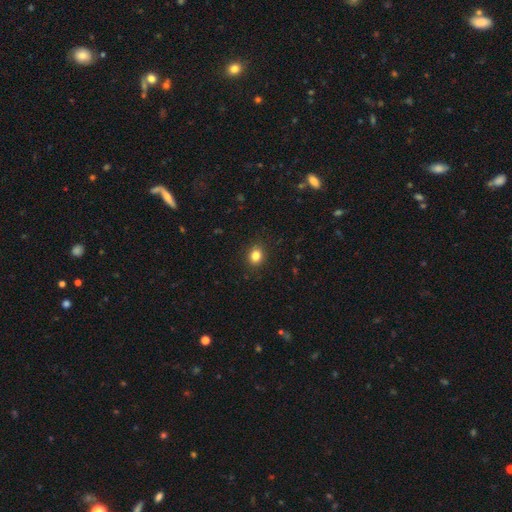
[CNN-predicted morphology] smooth 83%, star or artifact 11%, featured or disk 6%. Down the decision tree: how rounded — round (59%); merging — none (90%).